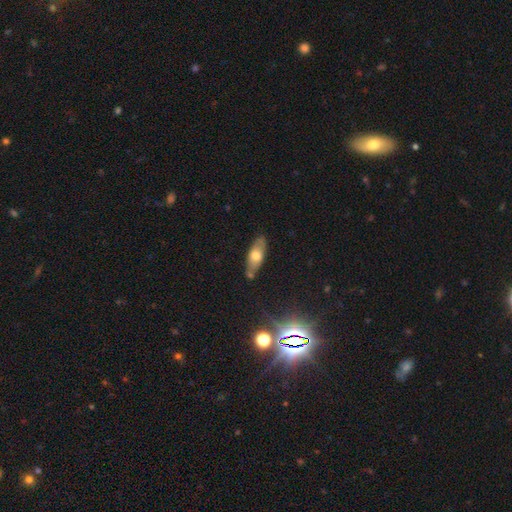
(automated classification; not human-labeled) This is possibly a smooth galaxy (58%). How rounded: likely in between (66%). Merging: likely none (75%).